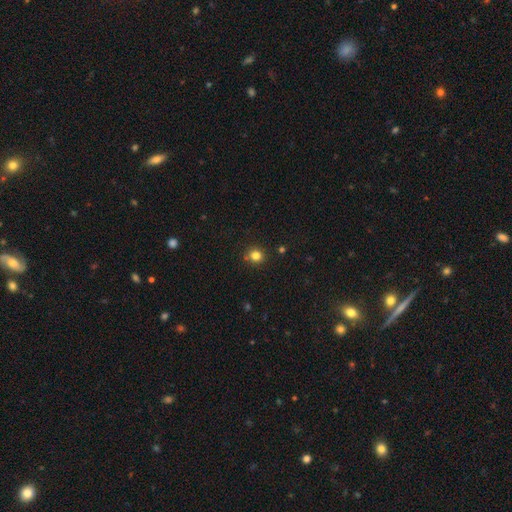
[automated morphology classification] Overall: smooth (81%). How rounded: round (89%). Merging: none (86%).